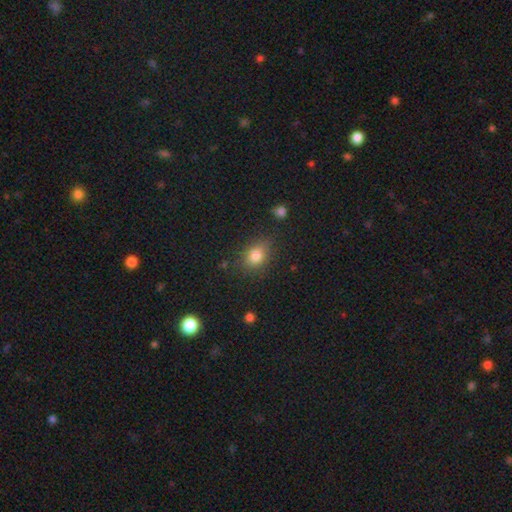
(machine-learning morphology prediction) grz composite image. It shows a smooth galaxy with no disk features (79%) that is in between round and cigar-shaped (57%). Merging: none (78%).